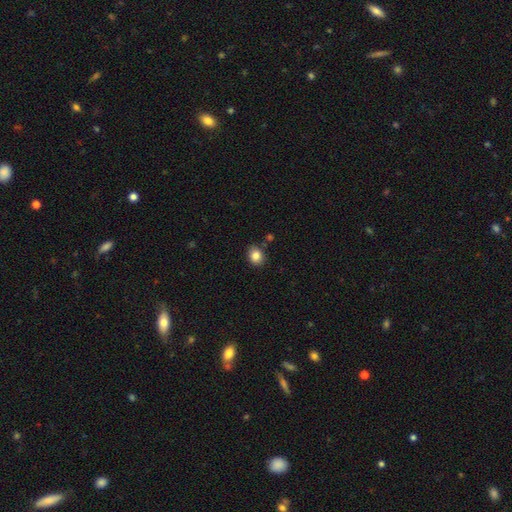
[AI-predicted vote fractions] Overall: smooth (85%). How rounded: round (57%; in between 42%). Merging: none (83%).